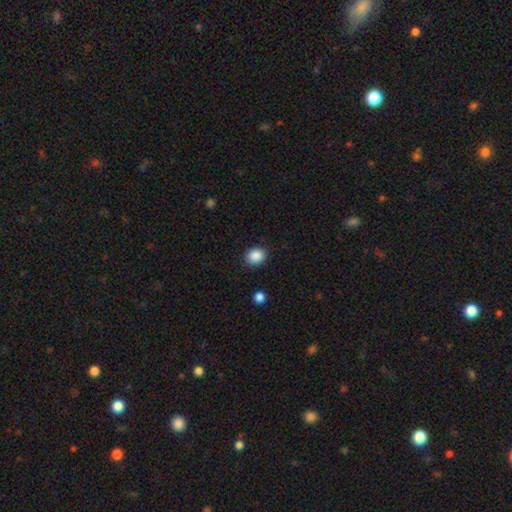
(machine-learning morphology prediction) Smooth or featured?
  - smooth: 88% *
  - star or artifact: 9%
  - featured or disk: 3%
How rounded?
  - round: 66% *
  - in between: 33%
  - cigar-shaped: 1%
Merging?
  - none: 88% *
  - minor disturbance: 8%
  - major disturbance: 2%
  - merger: 1%